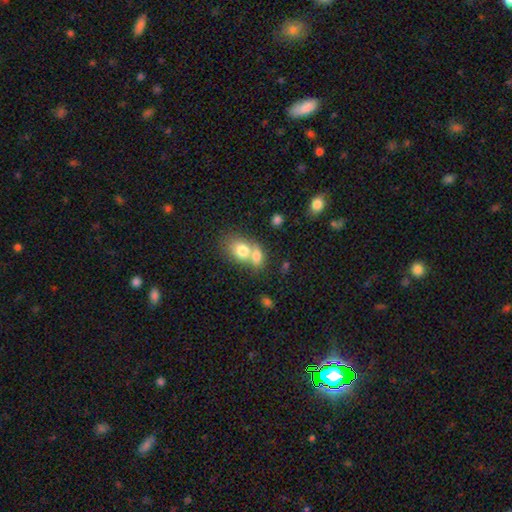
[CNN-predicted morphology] Q: Smooth or featured?
A: smooth (65%); runner-up: star or artifact (20%)
Q: How rounded?
A: round (54%); runner-up: in between (44%)
Q: Merging?
A: merger (54%); runner-up: none (36%)